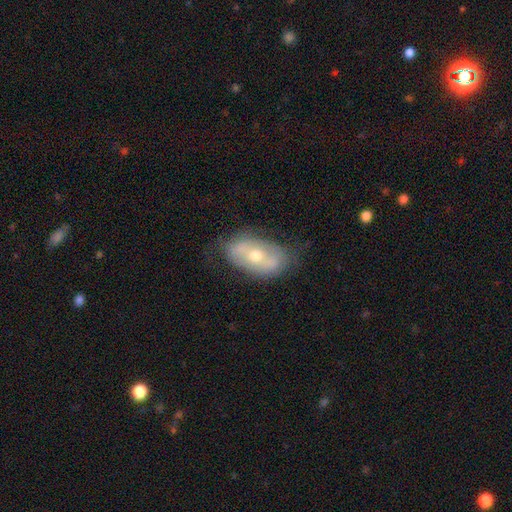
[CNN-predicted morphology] smooth-or-featured: featured or disk: 55% | smooth: 37% | star or artifact: 8%
  disk-edge-on: no: 88% | yes: 12%
  merging: none: 68% | minor disturbance: 22% | major disturbance: 8% | merger: 2%